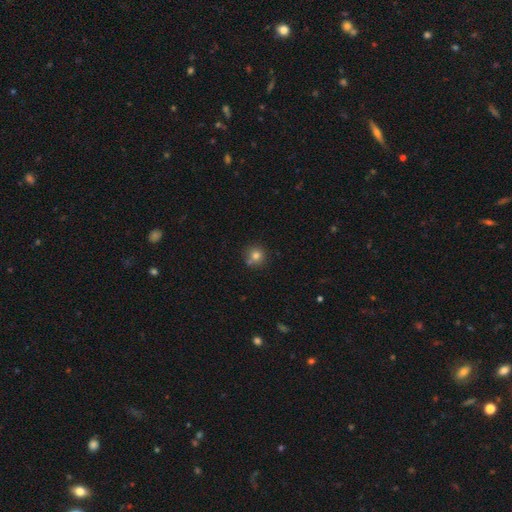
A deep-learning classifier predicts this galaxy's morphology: Smooth or featured? Predicted: smooth (p=0.78). How rounded? Predicted: round (p=0.91). Merging? Predicted: none (p=0.72).